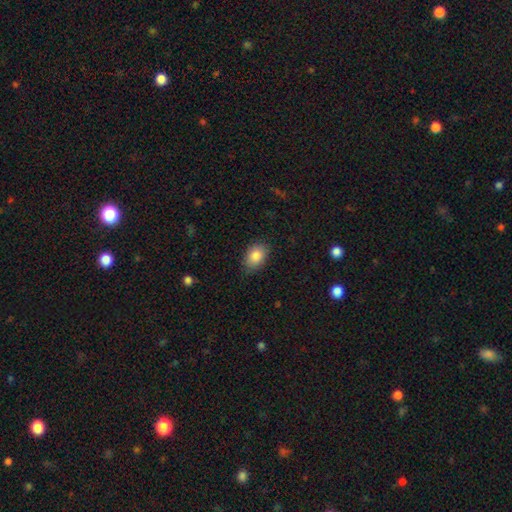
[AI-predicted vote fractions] Q: Smooth or featured?
A: smooth (86%); runner-up: star or artifact (7%)
Q: How rounded?
A: in between (82%); runner-up: round (17%)
Q: Merging?
A: none (81%); runner-up: minor disturbance (15%)